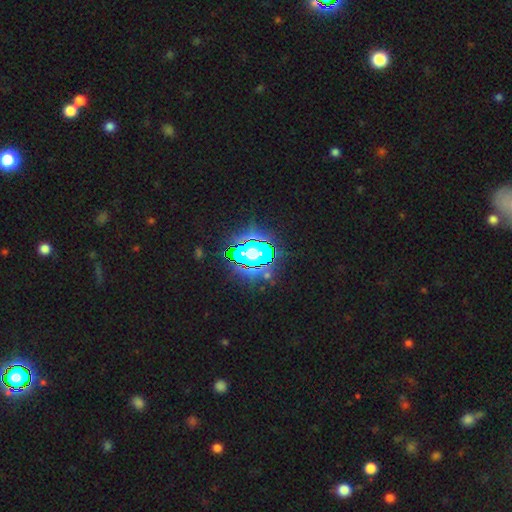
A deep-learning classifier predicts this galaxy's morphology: smooth-or-featured: star or artifact: 59% | smooth: 22% | featured or disk: 19%